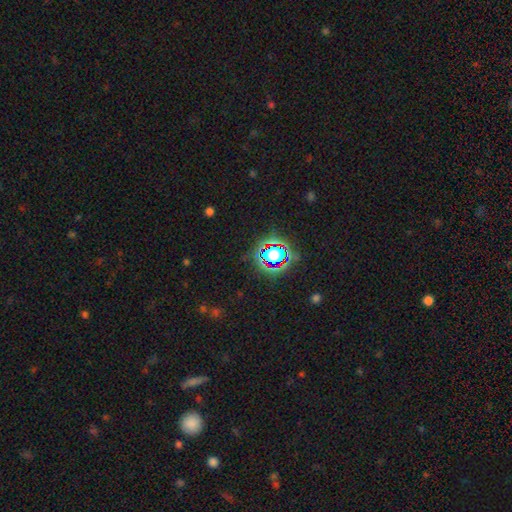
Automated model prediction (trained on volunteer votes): Smooth or featured? star or artifact (78%)